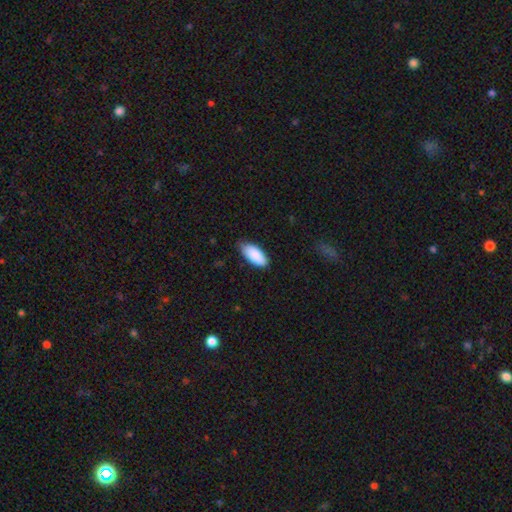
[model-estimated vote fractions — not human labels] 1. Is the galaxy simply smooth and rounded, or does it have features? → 89% smooth, 6% star or artifact, 5% featured or disk.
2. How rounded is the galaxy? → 90% in between, 8% cigar-shaped, 2% round.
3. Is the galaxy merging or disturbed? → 72% none, 24% minor disturbance, 3% major disturbance, 1% merger.